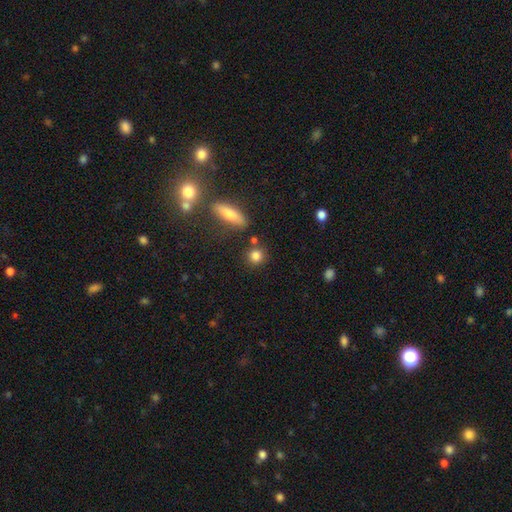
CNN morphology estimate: This appears to be a smooth galaxy with no disk features (83%) that is round (83%). Merging: none (77%).